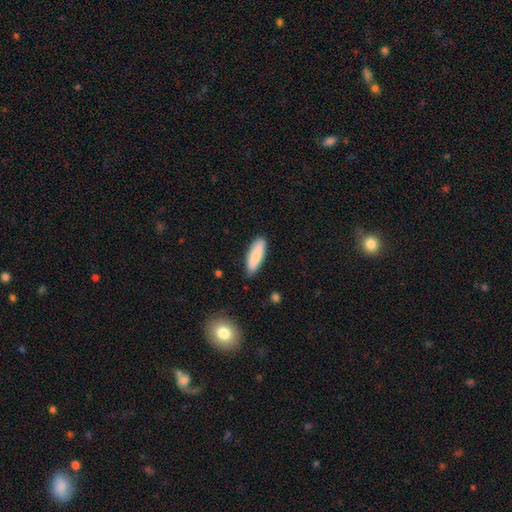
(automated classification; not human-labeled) Morphology: type=smooth (79%); roundness=in between (58%); merging=none (82%).